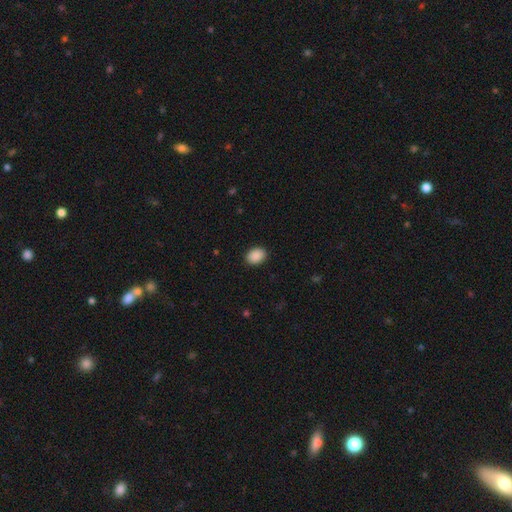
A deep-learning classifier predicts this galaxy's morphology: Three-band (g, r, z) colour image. It shows a smooth galaxy with no disk features (90%) that is in between round and cigar-shaped (72%). Merging: none (90%).